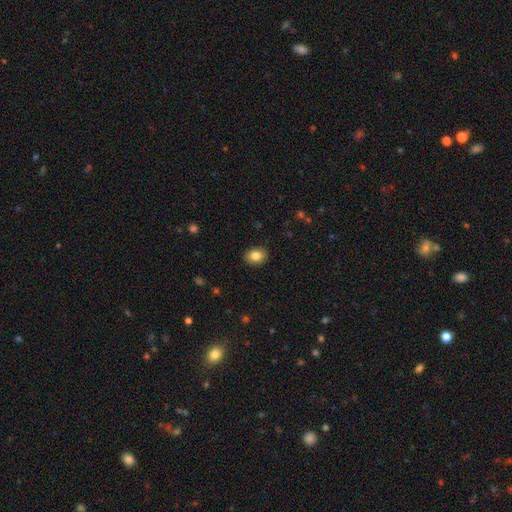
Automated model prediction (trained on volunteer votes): Q: Smooth or featured?
A: smooth (84%); runner-up: star or artifact (9%)
Q: How rounded?
A: in between (61%); runner-up: round (38%)
Q: Merging?
A: none (88%); runner-up: minor disturbance (9%)